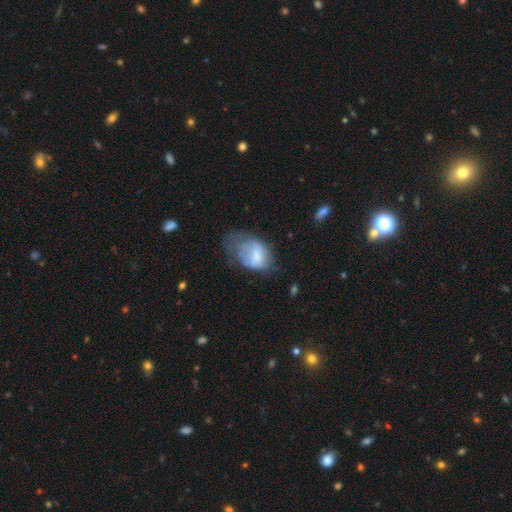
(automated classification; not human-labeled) Smooth or featured? Predicted: smooth (p=0.63). How rounded? Predicted: in between (p=0.81). Merging? Predicted: major disturbance (p=0.46).